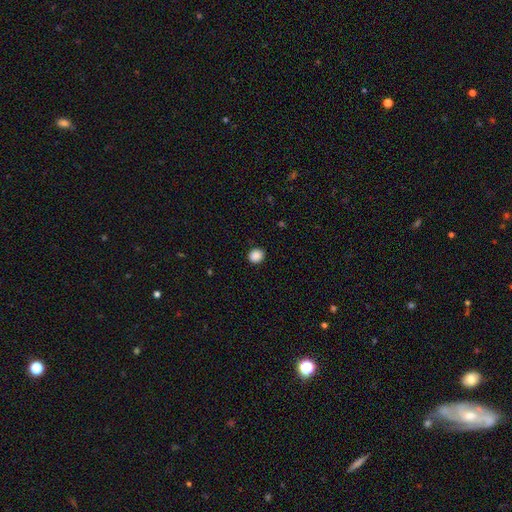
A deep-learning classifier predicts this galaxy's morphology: Overall: smooth (88%). How rounded: round (77%). Merging: none (90%).